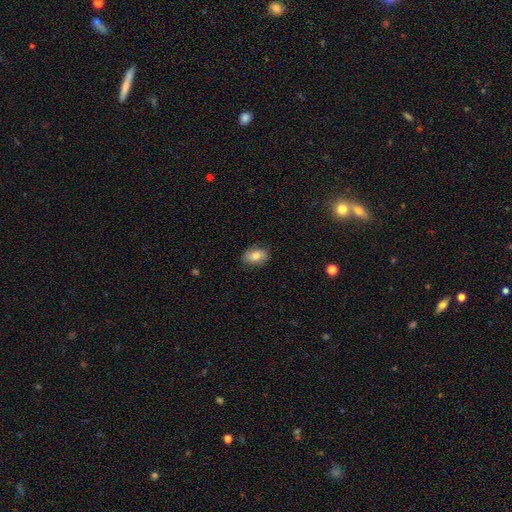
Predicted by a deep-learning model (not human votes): smooth-or-featured: smooth: 72% | featured or disk: 20% | star or artifact: 8%
  how-rounded: in between: 88% | round: 10% | cigar-shaped: 2%
  merging: none: 81% | minor disturbance: 15% | major disturbance: 3% | merger: 1%